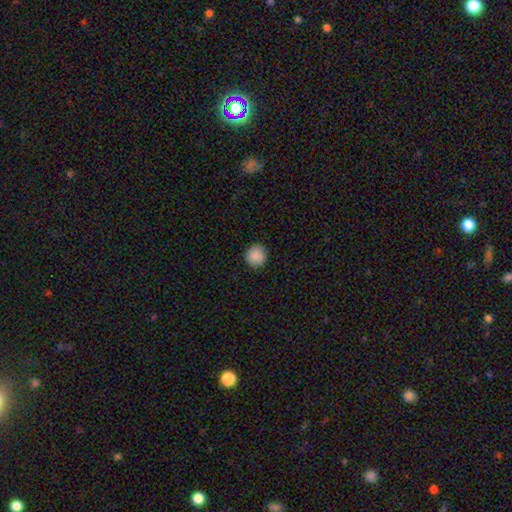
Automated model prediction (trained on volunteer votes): Morphology: type=smooth (89%); roundness=round (93%); merging=none (91%).